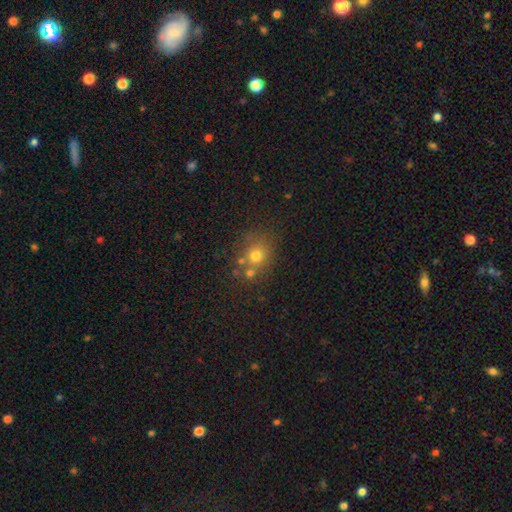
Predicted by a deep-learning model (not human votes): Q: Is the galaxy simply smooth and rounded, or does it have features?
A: smooth — 70%.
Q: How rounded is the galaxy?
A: round — 80%.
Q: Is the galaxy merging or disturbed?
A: none — 63%.